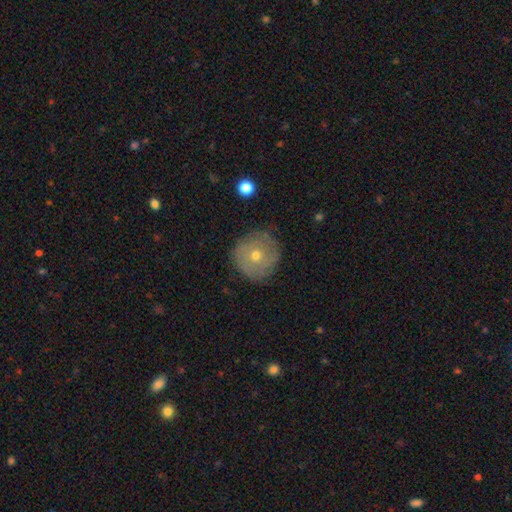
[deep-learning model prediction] smooth-or-featured: smooth: 49% | featured or disk: 41% | star or artifact: 10%
  merging: none: 79% | minor disturbance: 15% | major disturbance: 4% | merger: 1%